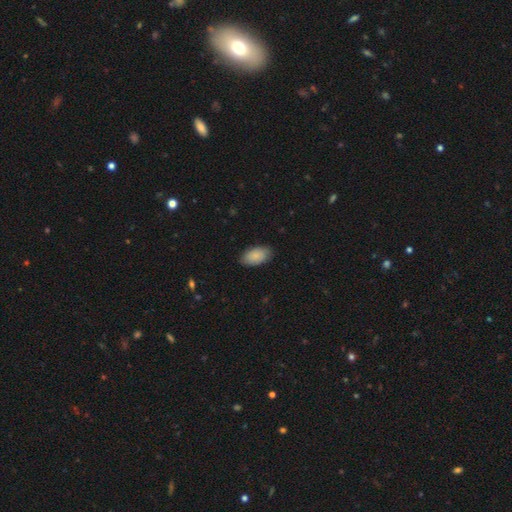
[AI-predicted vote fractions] smooth_or_featured: smooth (p=0.87) [alt: featured or disk p=0.07]
how_rounded: in between (p=0.95) [alt: round p=0.04]
merging: none (p=0.83) [alt: minor disturbance p=0.13]